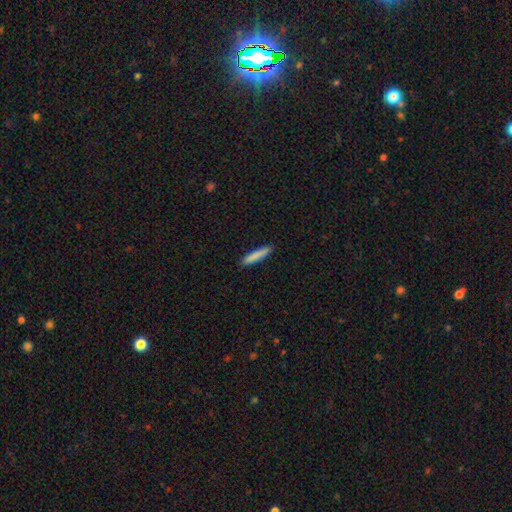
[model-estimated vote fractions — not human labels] Smooth or featured: smooth — 85% (featured or disk — 9%)
How rounded: cigar-shaped — 90% (in between — 9%)
Merging: none — 90% (minor disturbance — 7%)